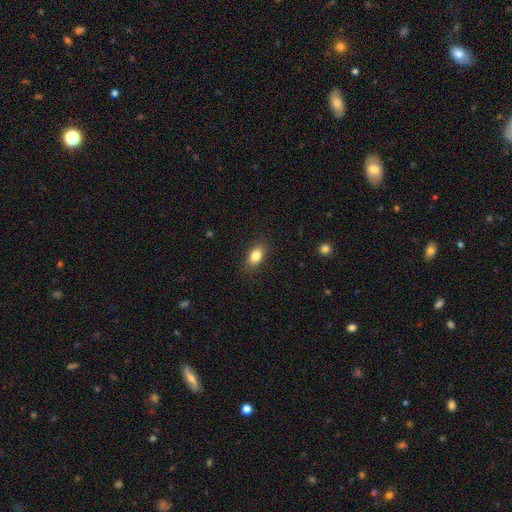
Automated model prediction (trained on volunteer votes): A smooth galaxy with no disk features (83%) that is in between round and cigar-shaped (87%).

Vote fractions:
- Smooth or featured? smooth: 83% / featured or disk: 9% / star or artifact: 8%
- How rounded? in between: 87% / round: 9% / cigar-shaped: 4%
- Merging? none: 87% / minor disturbance: 10% / major disturbance: 2% / merger: 1%